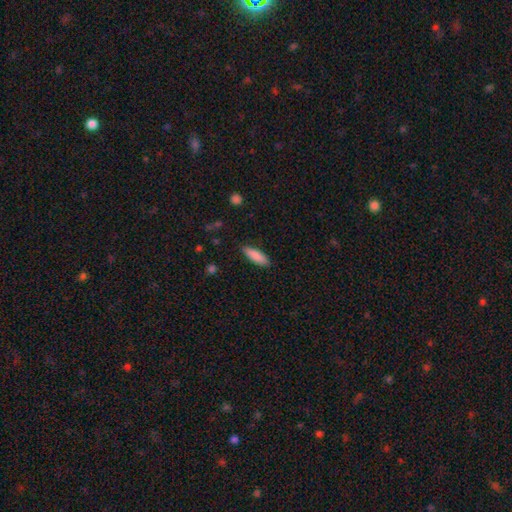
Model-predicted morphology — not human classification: Smooth or featured?
  - smooth: 87% *
  - featured or disk: 7%
  - star or artifact: 6%
How rounded?
  - cigar-shaped: 52% *
  - in between: 46%
  - round: 2%
Merging?
  - none: 87% *
  - minor disturbance: 10%
  - major disturbance: 2%
  - merger: 1%